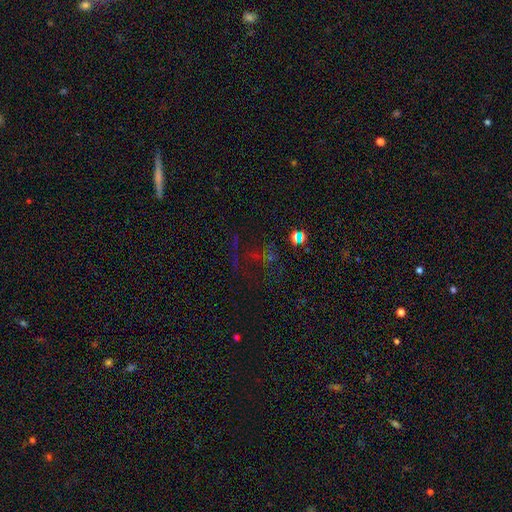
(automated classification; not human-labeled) Smooth or featured? Predicted: star or artifact (p=0.63).